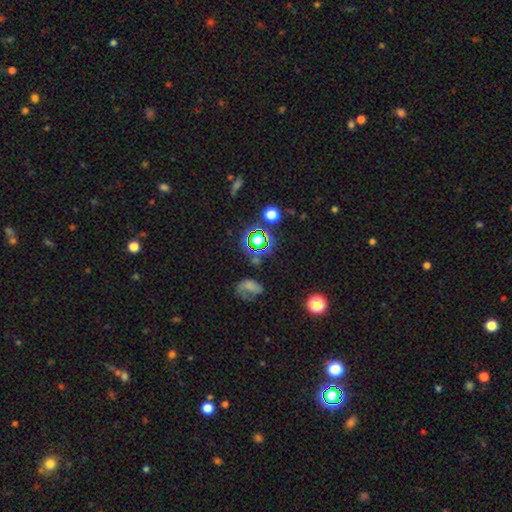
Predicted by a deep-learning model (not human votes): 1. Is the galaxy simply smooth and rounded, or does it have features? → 44% star or artifact, 31% featured or disk, 25% smooth.